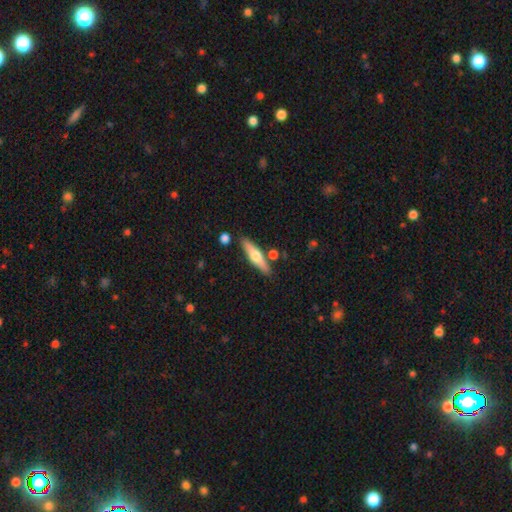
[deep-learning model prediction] Smooth or featured: featured or disk — 51% (smooth — 44%)
Edge-on disk: yes — 93% (no — 7%)
Merging: none — 83% (minor disturbance — 9%)